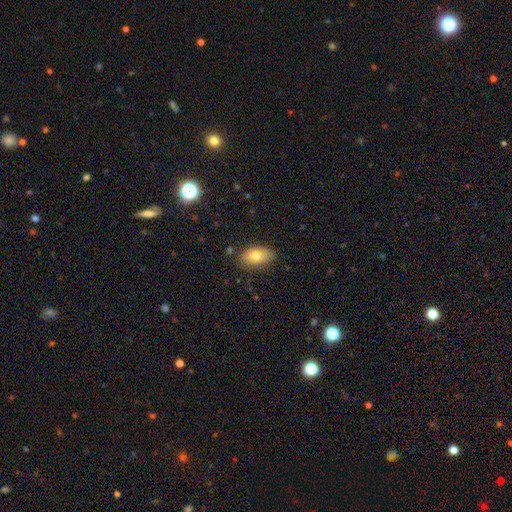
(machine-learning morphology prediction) smooth 76%, featured or disk 16%, star or artifact 8%. Down the decision tree: how rounded — in between (90%); merging — none (82%).